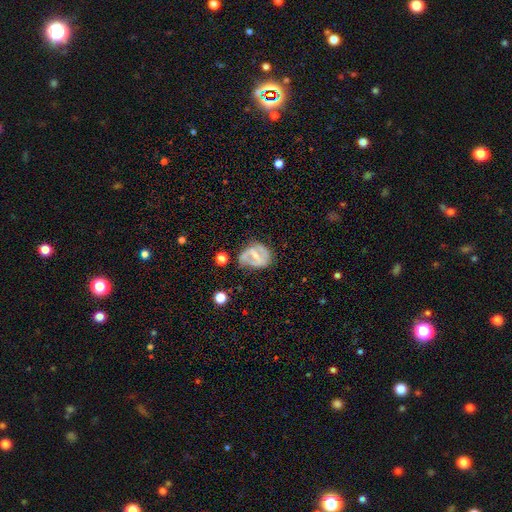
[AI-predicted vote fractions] Smooth or featured?
  - featured or disk: 64% *
  - smooth: 28%
  - star or artifact: 8%
Edge-on disk?
  - no: 96% *
  - yes: 4%
Bar?
  - strong: 44% *
  - weak: 37%
  - no: 19%
Spiral arms?
  - yes: 55% *
  - no: 45%
Bulge size?
  - small: 48% *
  - moderate: 29%
  - none: 19%
  - large: 3%
  - dominant: 1%
Merging?
  - none: 53% *
  - minor disturbance: 26%
  - major disturbance: 17%
  - merger: 4%